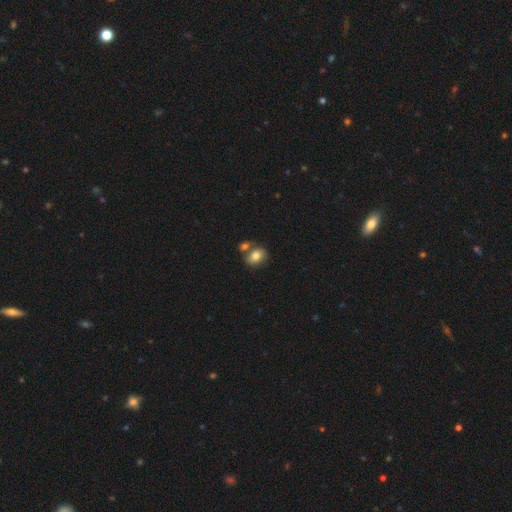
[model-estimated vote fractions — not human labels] This appears to be a smooth galaxy with no disk features (79%) that is in between round and cigar-shaped (62%). Merging: none (51%).